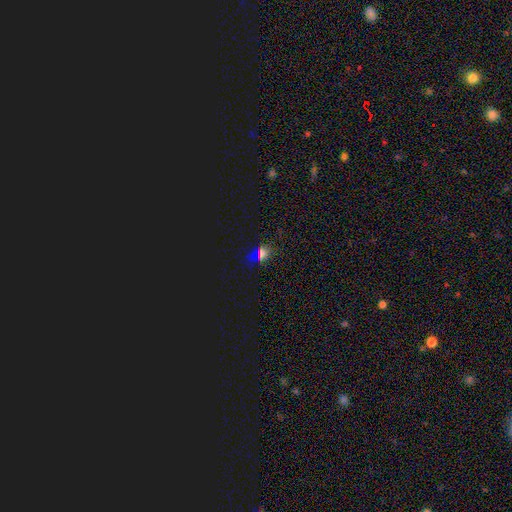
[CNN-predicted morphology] The model was most divided on "smooth or featured": star or artifact: 47%, smooth: 44%, featured or disk: 8%.